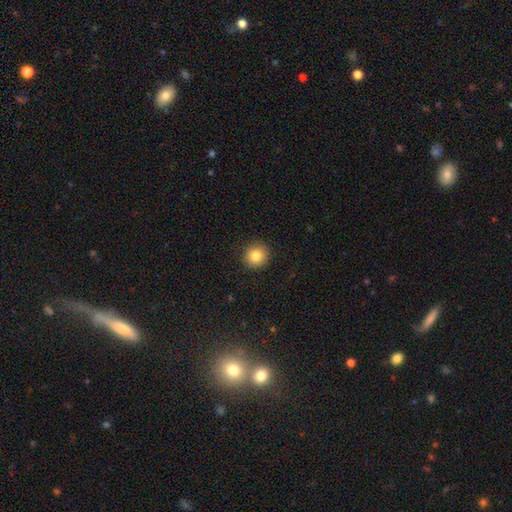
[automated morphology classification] A smooth galaxy with no disk features (83%) that is round (93%). Merging: none (91%).